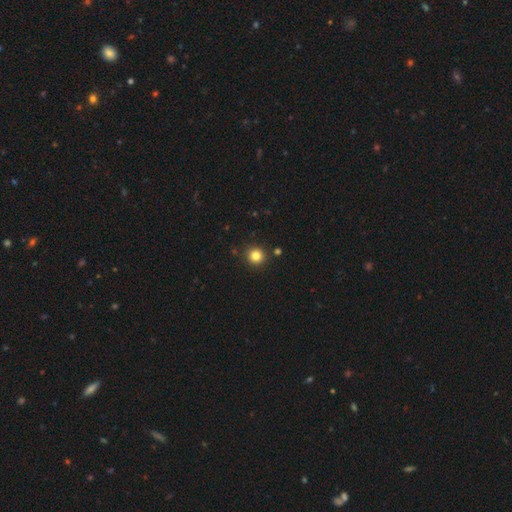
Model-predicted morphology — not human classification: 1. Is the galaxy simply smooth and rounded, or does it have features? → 82% smooth, 13% star or artifact, 5% featured or disk.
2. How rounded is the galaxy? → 93% round, 6% in between, 1% cigar-shaped.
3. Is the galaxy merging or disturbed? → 89% none, 6% minor disturbance, 3% merger, 2% major disturbance.